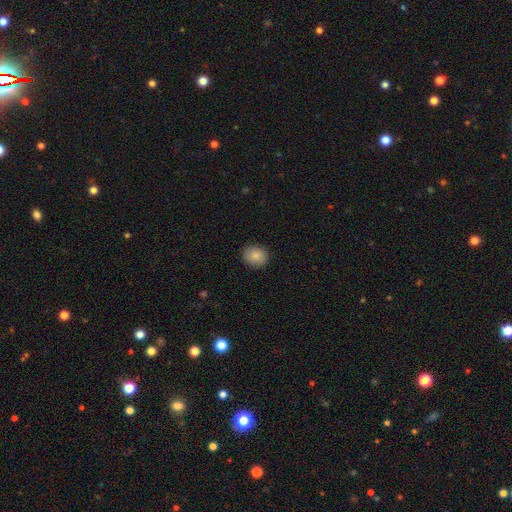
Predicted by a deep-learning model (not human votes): The model was most divided on "how rounded": round: 68%, in between: 31%, cigar-shaped: 1%. More confident: merging — none (88%); smooth or featured — smooth (86%).